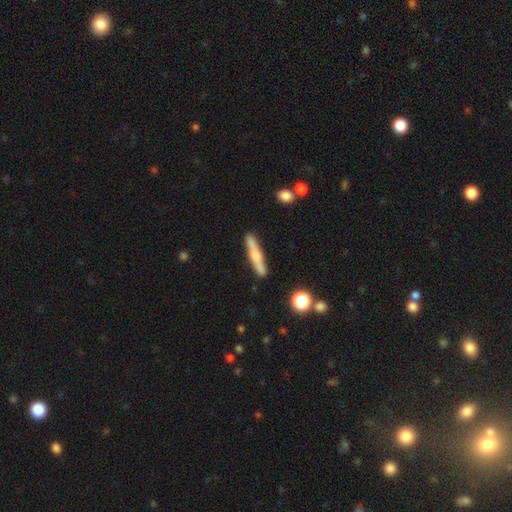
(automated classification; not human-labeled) smooth 54%, featured or disk 39%, star or artifact 7%. Down the decision tree: how rounded — cigar-shaped (91%); merging — none (85%).